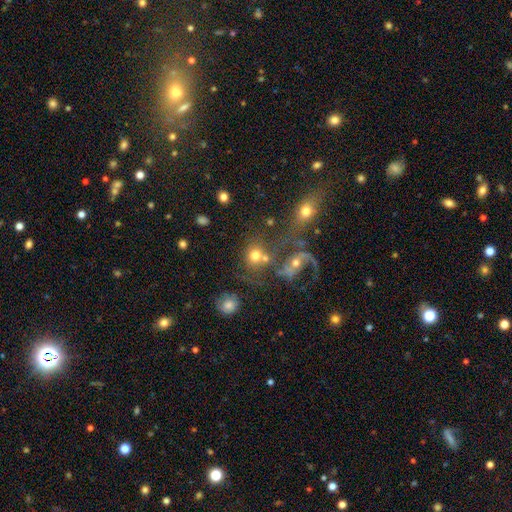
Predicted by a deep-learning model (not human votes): Smooth or featured? smooth (63%)
How rounded? round (77%)
Merging? none (40%)